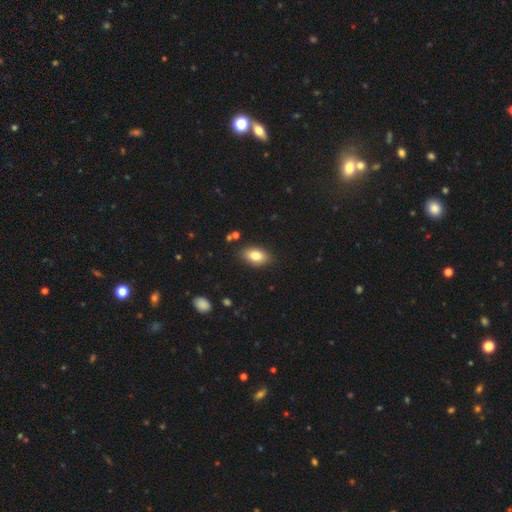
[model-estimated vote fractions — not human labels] The model was most divided on "smooth or featured": smooth: 81%, featured or disk: 11%, star or artifact: 8%. More confident: how rounded — in between (90%); merging — none (85%).